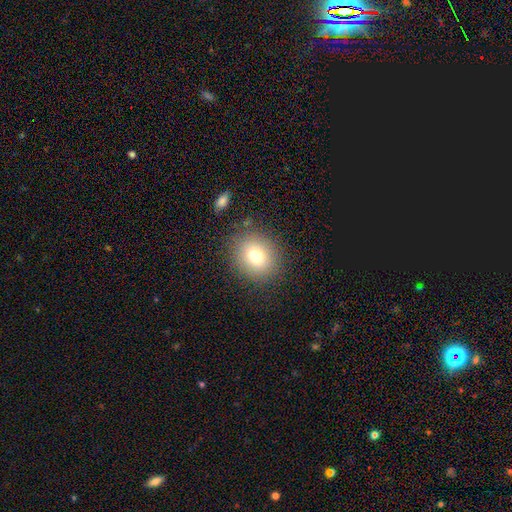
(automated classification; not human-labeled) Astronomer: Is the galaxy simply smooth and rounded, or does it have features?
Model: smooth — 76%.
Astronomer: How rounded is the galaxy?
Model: round — 76%.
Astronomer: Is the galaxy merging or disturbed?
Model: none — 85%.